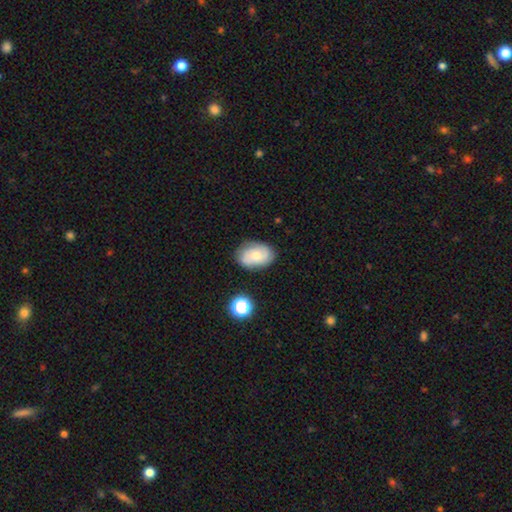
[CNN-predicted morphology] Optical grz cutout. It shows a featured or disk galaxy (46%). Merging: none (76%).